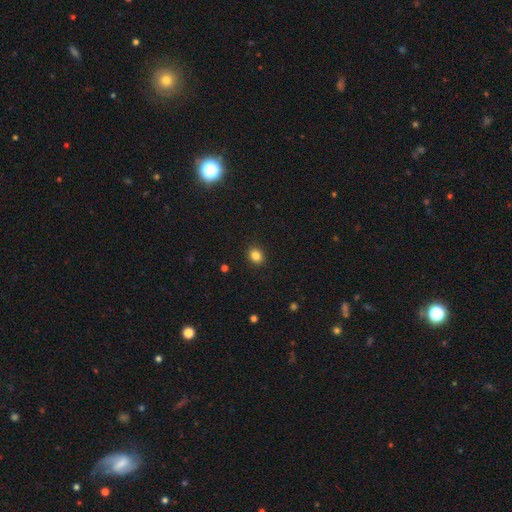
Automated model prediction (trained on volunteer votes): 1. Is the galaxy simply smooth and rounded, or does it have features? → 84% smooth, 11% star or artifact, 5% featured or disk.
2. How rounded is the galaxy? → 63% round, 36% in between, 1% cigar-shaped.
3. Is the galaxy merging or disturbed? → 91% none, 6% minor disturbance, 2% major disturbance, 1% merger.